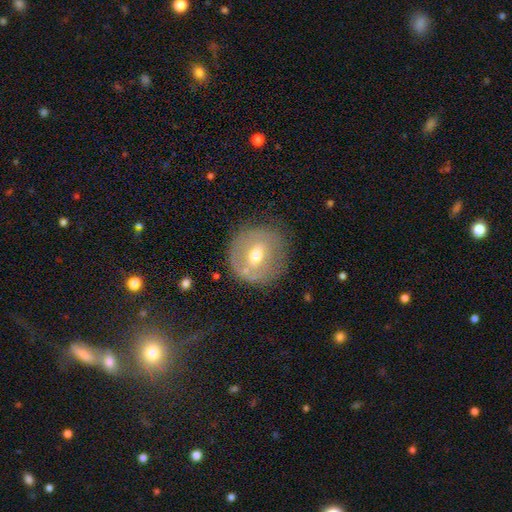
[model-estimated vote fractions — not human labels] Smooth or featured?
  - featured or disk: 53% *
  - smooth: 40%
  - star or artifact: 8%
Edge-on disk?
  - no: 93% *
  - yes: 7%
Merging?
  - none: 74% *
  - minor disturbance: 16%
  - major disturbance: 7%
  - merger: 3%